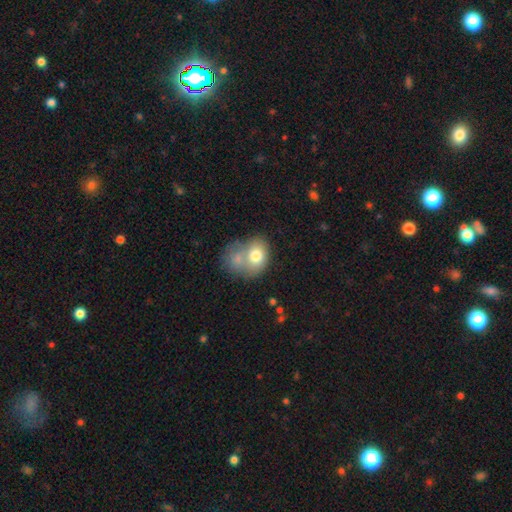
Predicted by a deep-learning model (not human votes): The model was most divided on "how rounded": in between: 56%, round: 43%, cigar-shaped: 1%. More confident: smooth or featured — smooth (72%); merging — merger (58%).